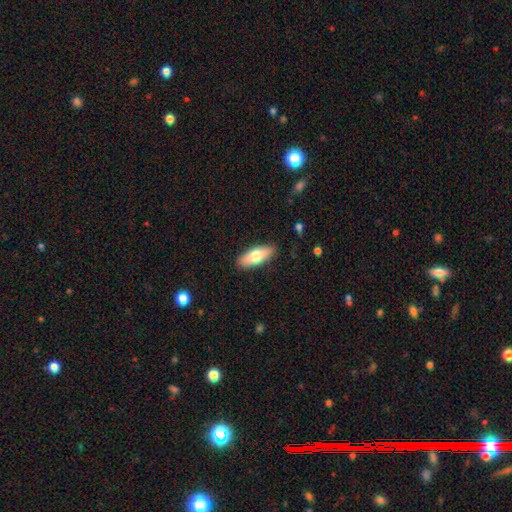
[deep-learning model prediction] This is likely a smooth galaxy (69%). How rounded: likely in between (73%). Merging: clearly none (88%).